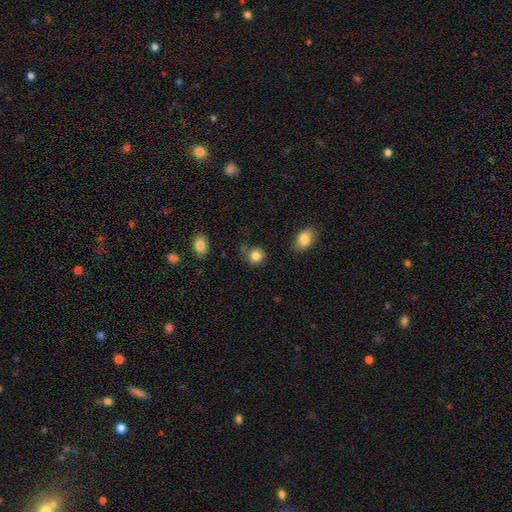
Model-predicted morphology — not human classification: Smooth or featured? smooth (85%)
How rounded? round (87%)
Merging? none (76%)